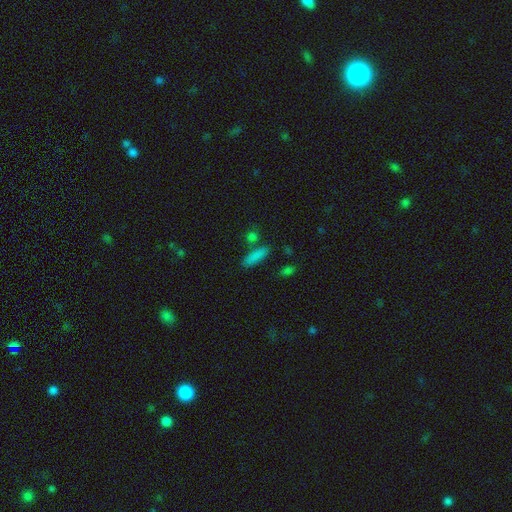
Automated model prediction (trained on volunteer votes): Smooth or featured? smooth (83%)
How rounded? cigar-shaped (58%)
Merging? none (76%)